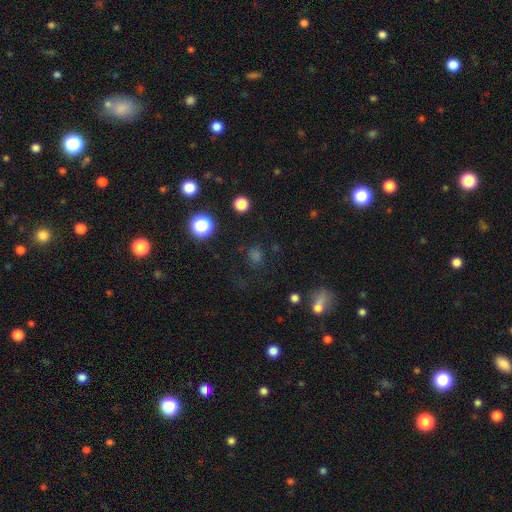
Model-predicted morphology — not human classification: Smooth or featured?
  - smooth: 56% *
  - star or artifact: 37%
  - featured or disk: 7%
How rounded?
  - round: 87% *
  - in between: 12%
  - cigar-shaped: 1%
Merging?
  - none: 80% *
  - minor disturbance: 11%
  - major disturbance: 6%
  - merger: 3%